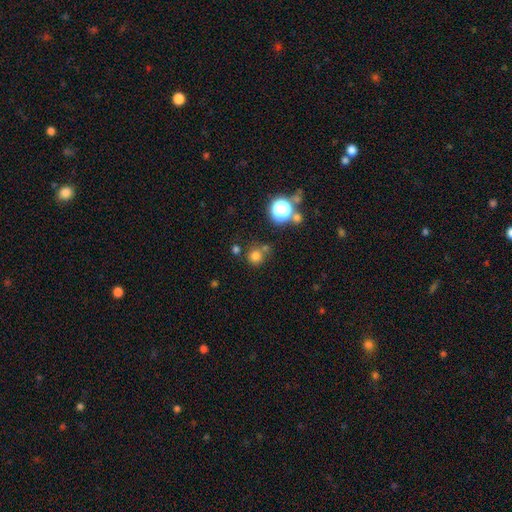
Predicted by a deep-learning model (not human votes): The model was most divided on "smooth or featured": smooth: 73%, star or artifact: 20%, featured or disk: 7%. More confident: how rounded — round (91%); merging — none (69%).